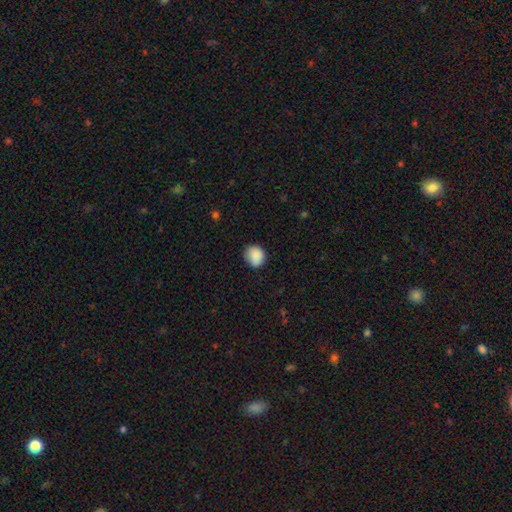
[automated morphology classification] smooth-or-featured: smooth: 89% | star or artifact: 8% | featured or disk: 3%
  how-rounded: round: 75% | in between: 24% | cigar-shaped: 1%
  merging: none: 81% | minor disturbance: 15% | major disturbance: 3% | merger: 1%